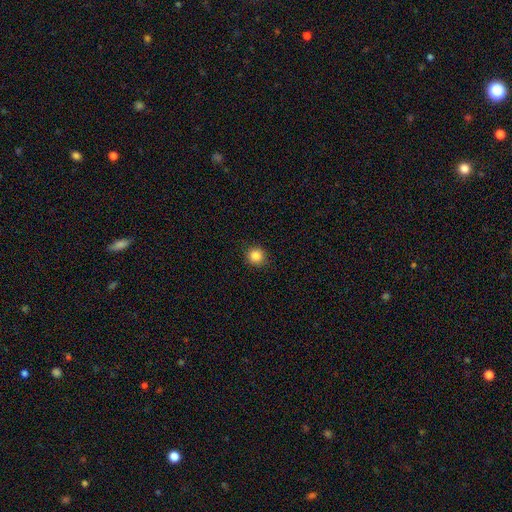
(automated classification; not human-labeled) Smooth or featured? smooth (85%)
How rounded? round (92%)
Merging? none (91%)